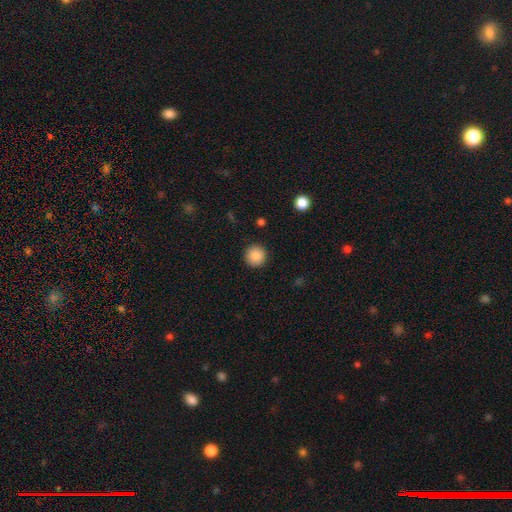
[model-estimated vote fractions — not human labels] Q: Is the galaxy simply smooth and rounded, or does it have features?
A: smooth — 87%.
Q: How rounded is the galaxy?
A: round — 95%.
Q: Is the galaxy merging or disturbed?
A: none — 92%.